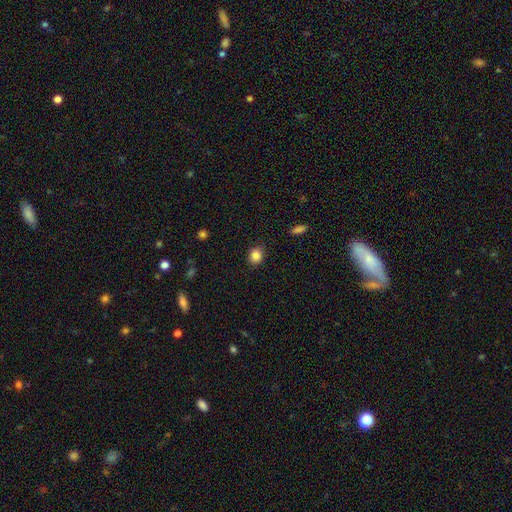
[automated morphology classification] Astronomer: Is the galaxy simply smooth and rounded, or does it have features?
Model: smooth — 85%.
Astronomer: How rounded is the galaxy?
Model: round — 69%.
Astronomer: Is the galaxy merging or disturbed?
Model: none — 87%.